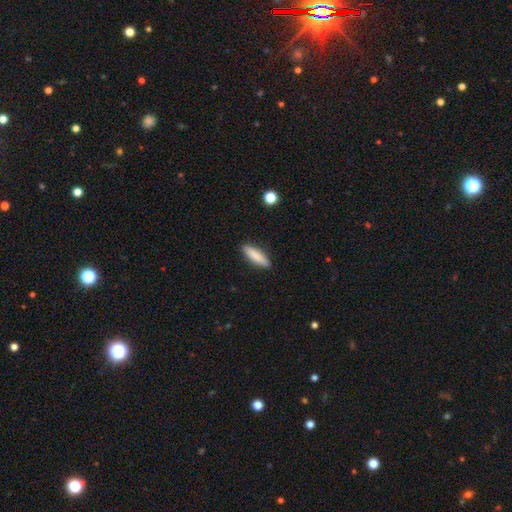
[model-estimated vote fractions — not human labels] Smooth or featured?
  - smooth: 83% *
  - featured or disk: 11%
  - star or artifact: 6%
How rounded?
  - cigar-shaped: 68% *
  - in between: 30%
  - round: 2%
Merging?
  - none: 89% *
  - minor disturbance: 8%
  - major disturbance: 2%
  - merger: 1%